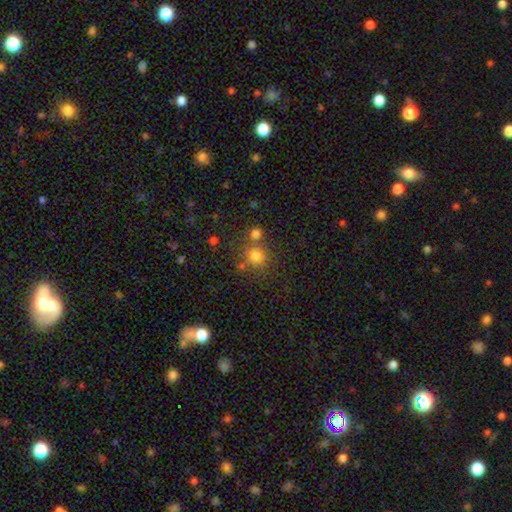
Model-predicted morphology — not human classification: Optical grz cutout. It shows a smooth galaxy with no disk features (77%) that is round (86%). Merging: none (65%).